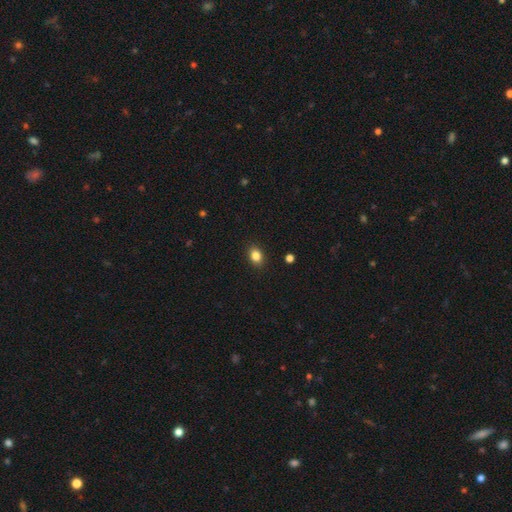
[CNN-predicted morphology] This appears to be a smooth galaxy with no disk features (84%) that is in between round and cigar-shaped (64%). Merging: none (89%).